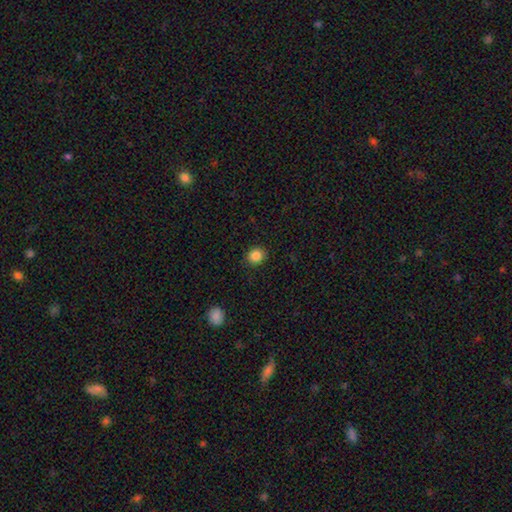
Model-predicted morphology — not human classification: Smooth or featured: smooth — 86% (star or artifact — 10%)
How rounded: round — 83% (in between — 17%)
Merging: none — 90% (minor disturbance — 7%)